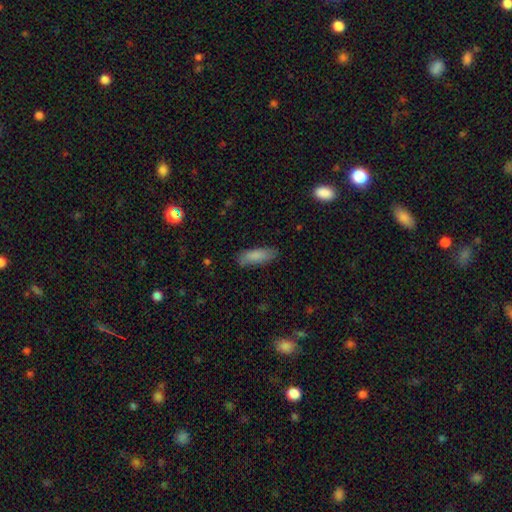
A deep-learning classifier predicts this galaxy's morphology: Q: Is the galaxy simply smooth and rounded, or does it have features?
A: smooth — 84%.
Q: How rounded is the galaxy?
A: in between — 62%.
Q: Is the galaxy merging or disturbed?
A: none — 78%.